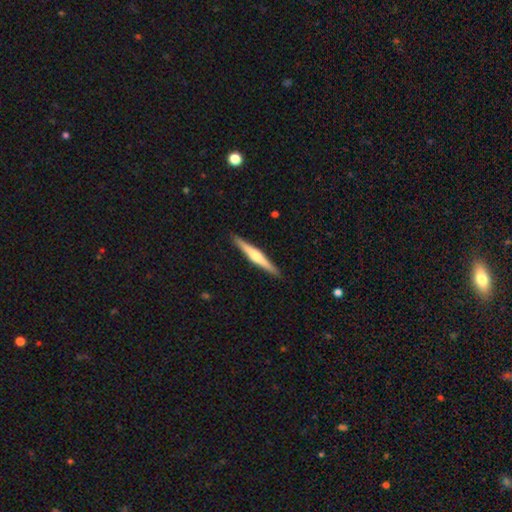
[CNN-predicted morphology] Smooth or featured? featured or disk (65%)
Edge-on disk? yes (98%)
Edge-on bulge? rounded (84%)
Merging? none (91%)